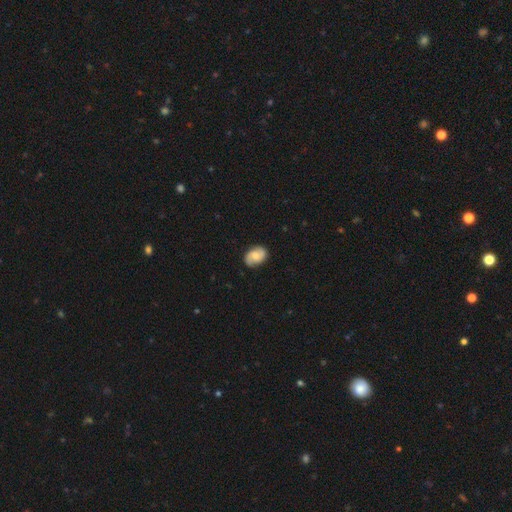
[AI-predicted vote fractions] The model was most divided on "smooth or featured": featured or disk: 49%, smooth: 43%, star or artifact: 8%. More confident: merging — none (82%).